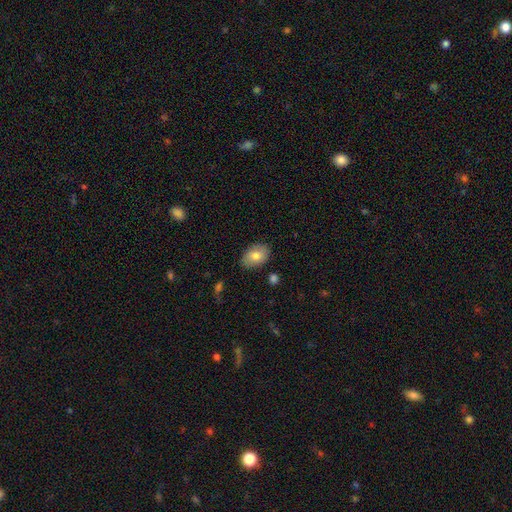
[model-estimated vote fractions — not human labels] smooth-or-featured: smooth: 79% | featured or disk: 14% | star or artifact: 7%
  how-rounded: in between: 83% | round: 15% | cigar-shaped: 1%
  merging: none: 83% | minor disturbance: 13% | major disturbance: 2% | merger: 2%